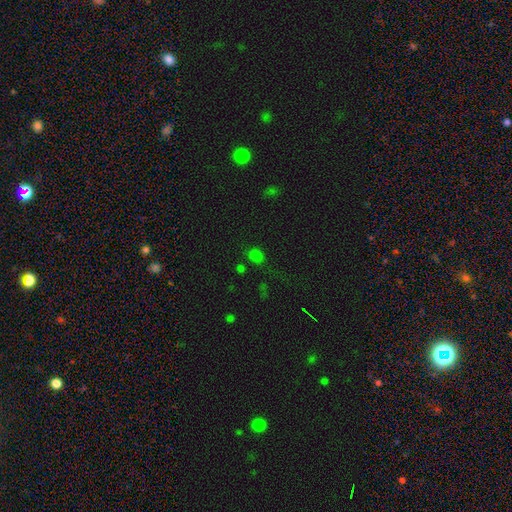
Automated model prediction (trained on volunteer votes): This appears to be a smooth galaxy with no disk features (70%) that is in between round and cigar-shaped (57%). Merging: none (74%).